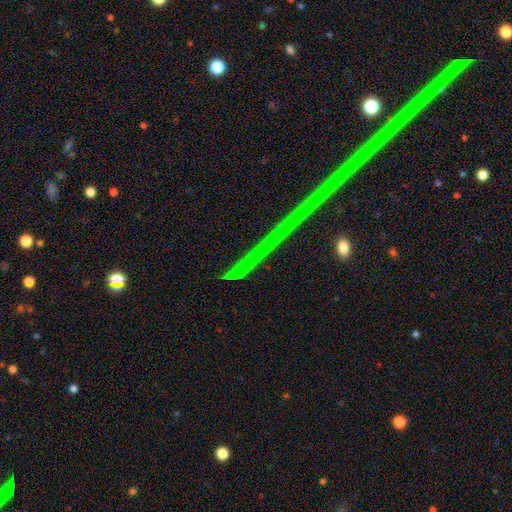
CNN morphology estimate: Q: Smooth or featured?
A: star or artifact (78%); runner-up: featured or disk (13%)